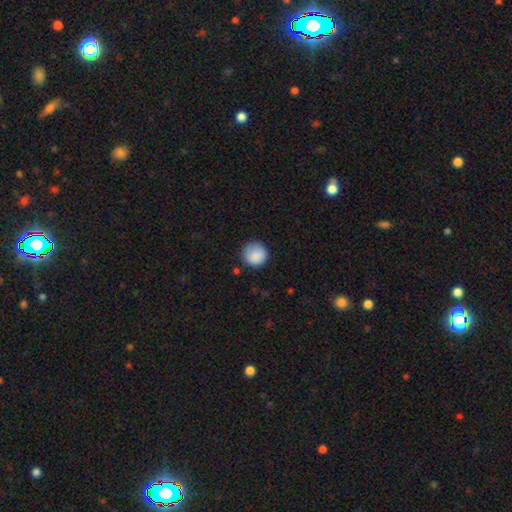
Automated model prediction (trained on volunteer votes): A smooth galaxy with no disk features (87%) that is round (94%). Merging: none (81%).